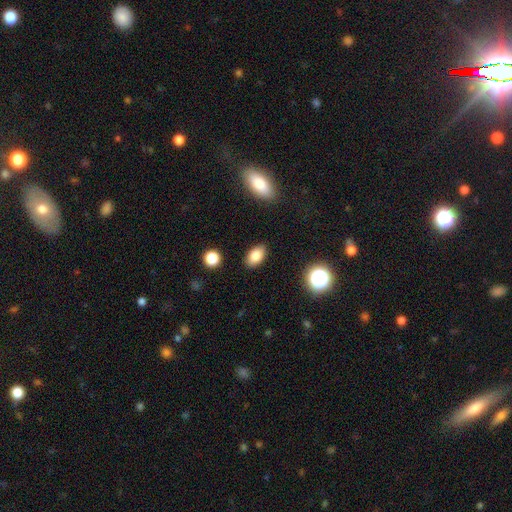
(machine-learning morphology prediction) type=smooth (83%); roundness=in between (90%); merging=none (87%).